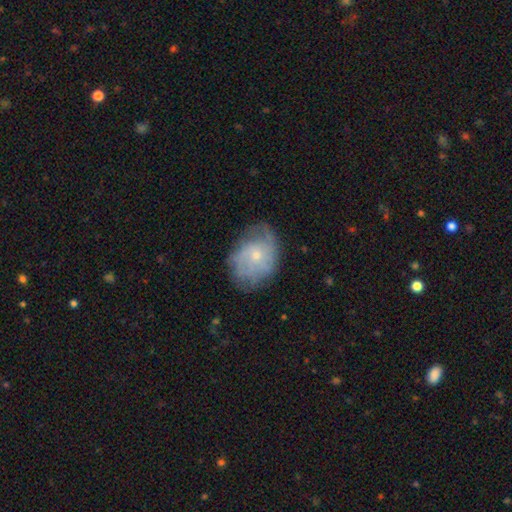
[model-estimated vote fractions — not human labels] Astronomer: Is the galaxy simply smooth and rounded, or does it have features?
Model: featured or disk — 57% (runner-up: smooth, 35%).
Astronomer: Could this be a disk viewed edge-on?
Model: no — 97%.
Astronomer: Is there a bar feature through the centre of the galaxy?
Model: no — 80%.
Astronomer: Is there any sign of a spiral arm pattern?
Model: yes — 75%.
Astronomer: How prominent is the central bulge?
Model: small — 66%.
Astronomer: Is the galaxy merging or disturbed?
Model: none — 60%.